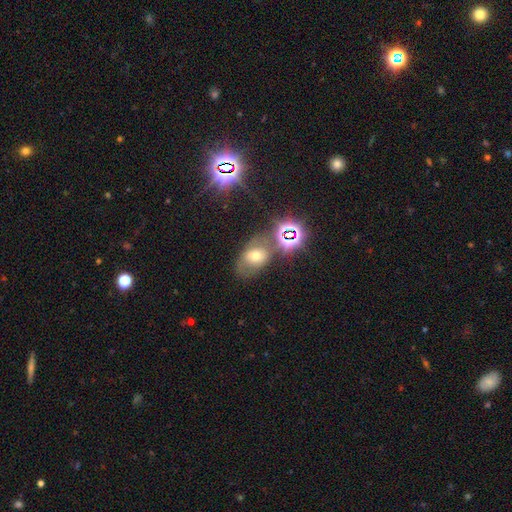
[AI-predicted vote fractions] Morphology: type=smooth (49%); merging=none (54%).